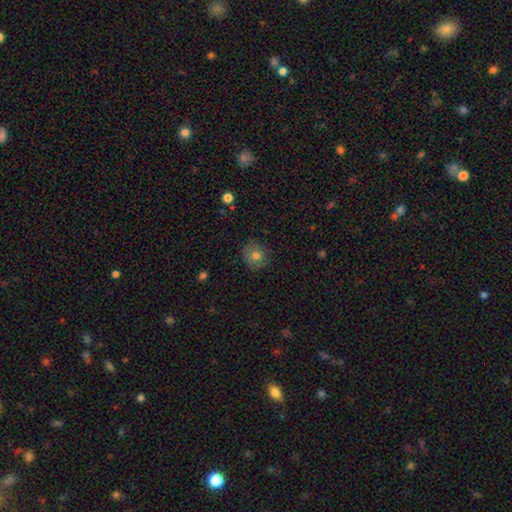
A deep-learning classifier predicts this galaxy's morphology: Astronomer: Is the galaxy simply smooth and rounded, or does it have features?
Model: smooth — 74%.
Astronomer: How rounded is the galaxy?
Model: round — 86%.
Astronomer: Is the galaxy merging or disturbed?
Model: none — 82%.